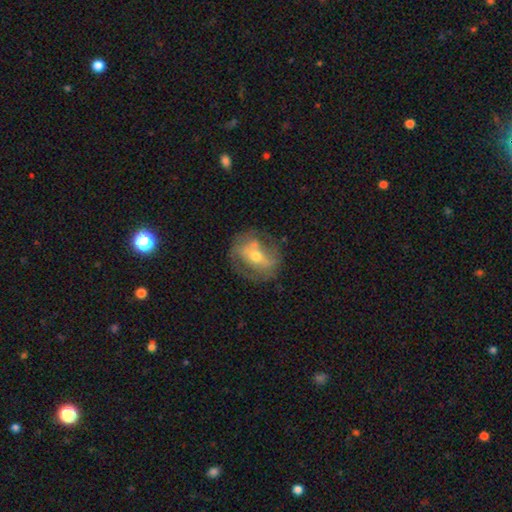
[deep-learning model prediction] A featured or disk galaxy (65%) with no bar (35%), spiral arms (51%) and a moderate central bulge (67%).

Vote fractions:
- Smooth or featured? featured or disk: 65% / smooth: 27% / star or artifact: 8%
- Edge-on disk? no: 92% / yes: 8%
- Bar? no: 35% / weak: 33% / strong: 33%
- Spiral arms? yes: 51% / no: 49%
- Bulge size? moderate: 67% / small: 26% / large: 5% / none: 1% / dominant: 1%
- Merging? none: 63% / minor disturbance: 20% / major disturbance: 13% / merger: 4%